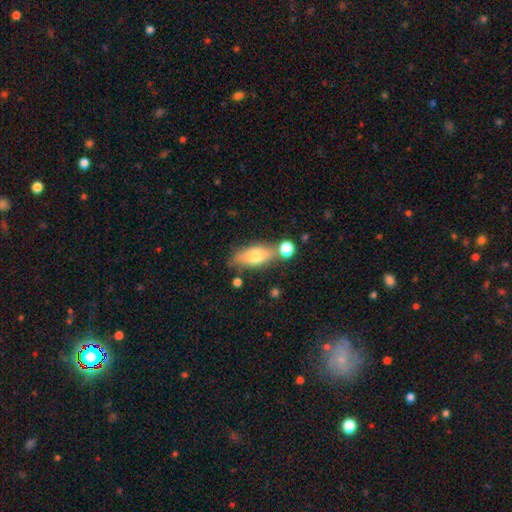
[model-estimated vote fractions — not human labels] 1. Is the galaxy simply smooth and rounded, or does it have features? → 65% smooth, 28% featured or disk, 7% star or artifact.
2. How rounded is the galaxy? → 75% in between, 21% cigar-shaped, 5% round.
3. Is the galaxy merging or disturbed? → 62% none, 17% minor disturbance, 15% merger, 5% major disturbance.